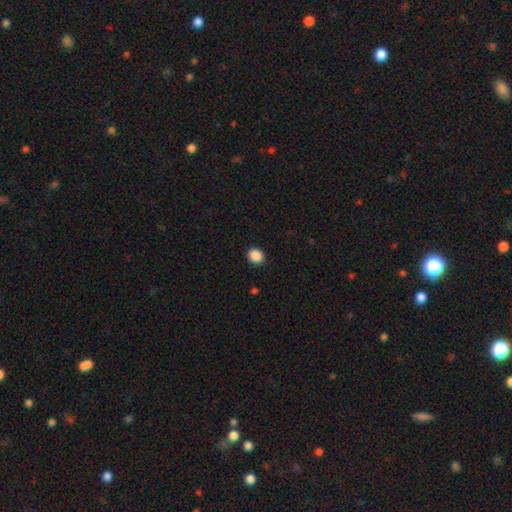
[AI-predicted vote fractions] A smooth galaxy with no disk features (88%) that is round (71%). Merging: none (90%).